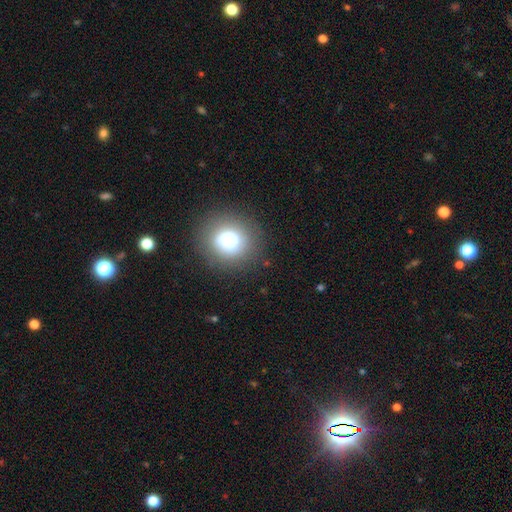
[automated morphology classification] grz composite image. It shows a smooth galaxy with no disk features (76%) that is round (83%). Merging: none (84%).